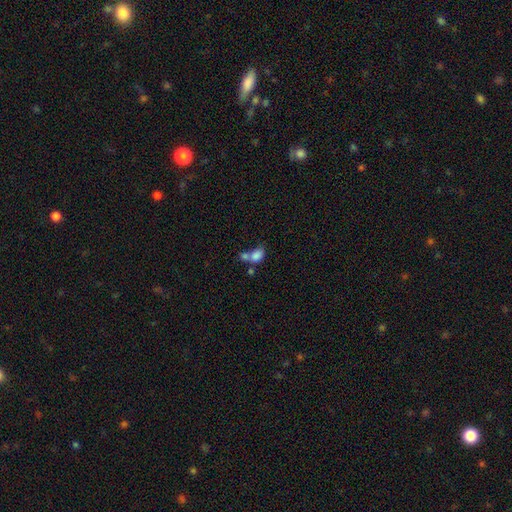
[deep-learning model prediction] smooth_or_featured: smooth (p=0.81) [alt: star or artifact p=0.10]
how_rounded: in between (p=0.76) [alt: round p=0.23]
merging: merger (p=0.57) [alt: none p=0.26]